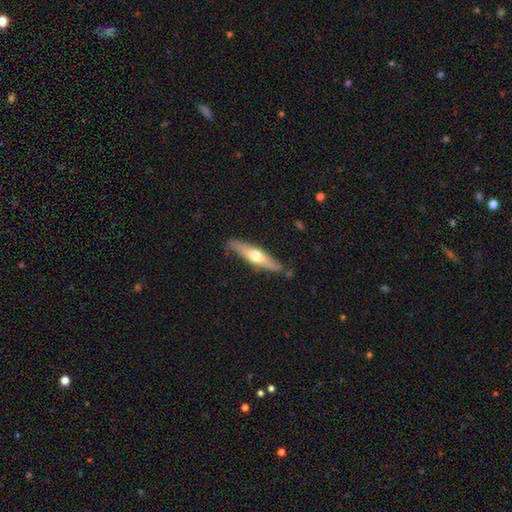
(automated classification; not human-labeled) featured or disk 49%, smooth 46%, star or artifact 5%. Down the decision tree: merging — none (81%).